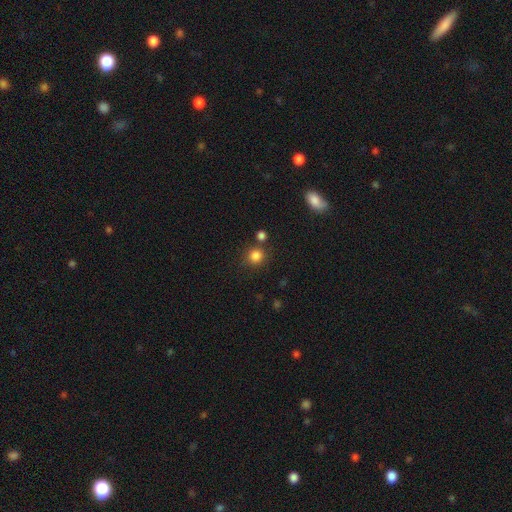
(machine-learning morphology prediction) smooth 83%, star or artifact 12%, featured or disk 4%. Down the decision tree: how rounded — round (87%); merging — none (76%).